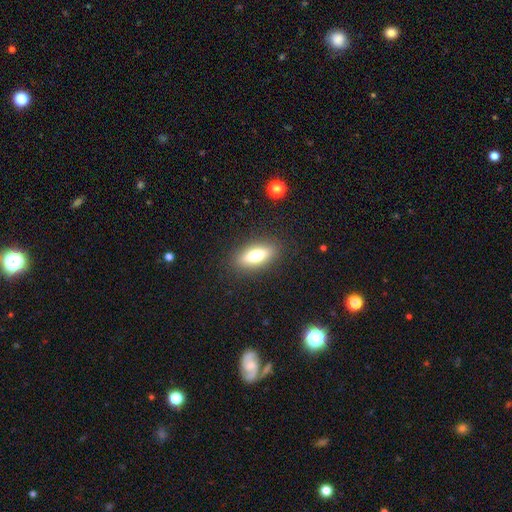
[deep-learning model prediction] The model was most divided on "how rounded": in between: 63%, cigar-shaped: 34%, round: 3%. More confident: merging — none (88%); smooth or featured — smooth (68%).